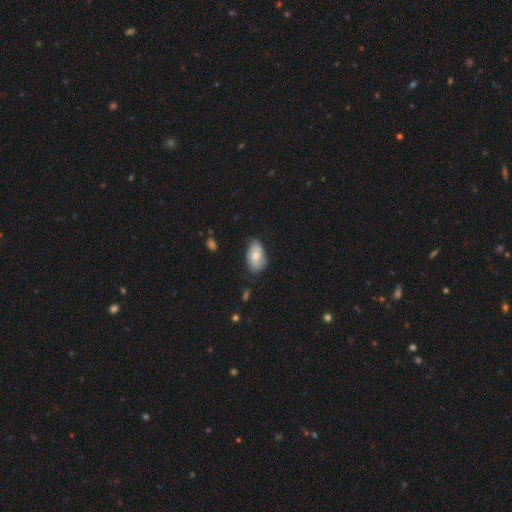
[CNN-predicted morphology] Smooth or featured?
  - smooth: 60% *
  - featured or disk: 33%
  - star or artifact: 7%
How rounded?
  - in between: 92% *
  - round: 6%
  - cigar-shaped: 2%
Merging?
  - none: 63% *
  - minor disturbance: 29%
  - major disturbance: 6%
  - merger: 2%